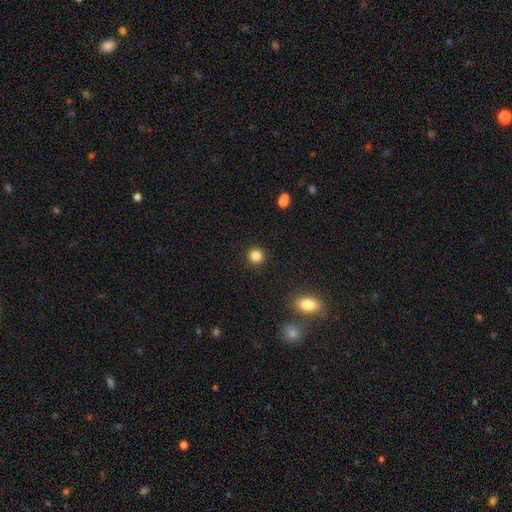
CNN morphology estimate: Overall: smooth (85%). How rounded: round (91%). Merging: none (92%).